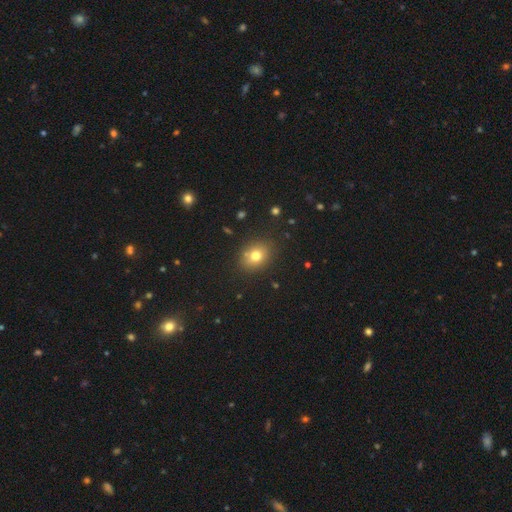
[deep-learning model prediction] The model was most divided on "how rounded": round: 52%, in between: 47%, cigar-shaped: 1%. More confident: merging — none (83%); smooth or featured — smooth (74%).